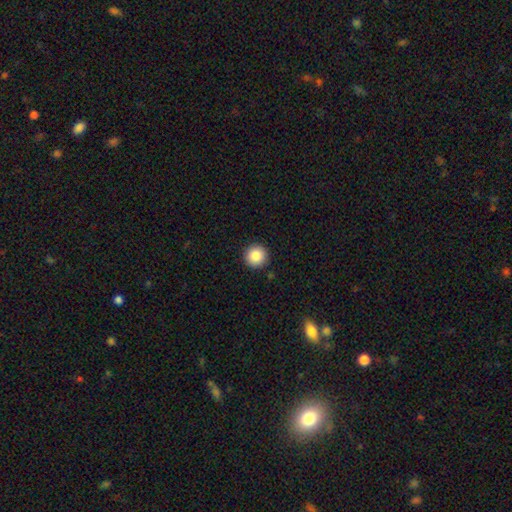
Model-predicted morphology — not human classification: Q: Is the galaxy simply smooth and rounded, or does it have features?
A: smooth — 86%.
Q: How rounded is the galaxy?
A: round — 96%.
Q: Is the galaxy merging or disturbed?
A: none — 92%.